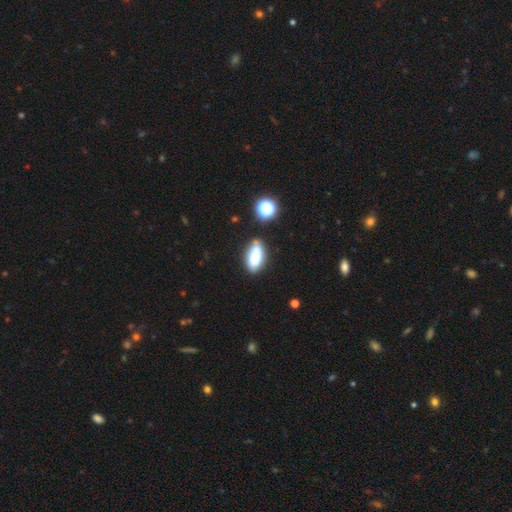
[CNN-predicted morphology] Smooth or featured?
  - smooth: 78% *
  - featured or disk: 12%
  - star or artifact: 10%
How rounded?
  - in between: 84% *
  - cigar-shaped: 12%
  - round: 4%
Merging?
  - none: 70% *
  - minor disturbance: 18%
  - merger: 8%
  - major disturbance: 5%